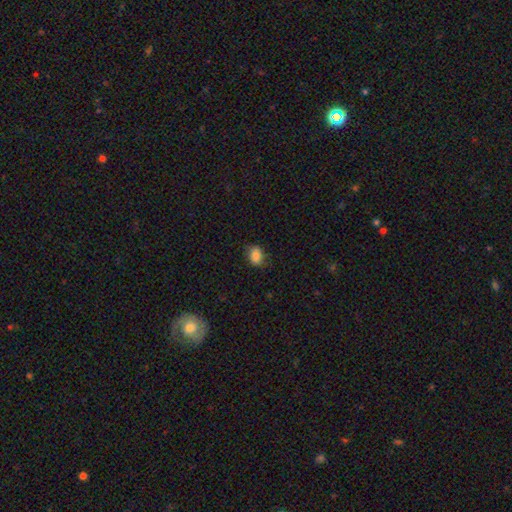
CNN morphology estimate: Q: Smooth or featured?
A: smooth (85%); runner-up: star or artifact (9%)
Q: How rounded?
A: in between (72%); runner-up: round (27%)
Q: Merging?
A: none (77%); runner-up: minor disturbance (18%)